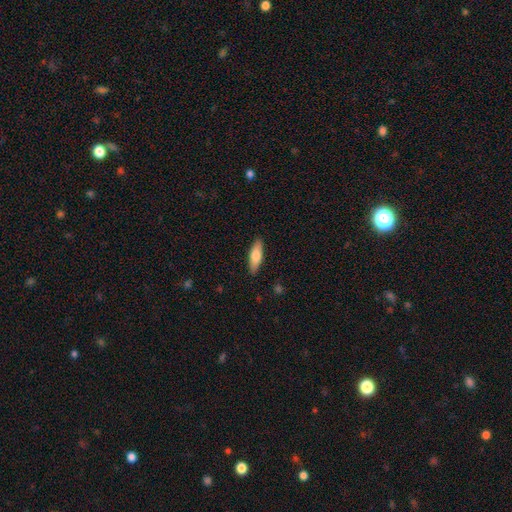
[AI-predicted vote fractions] The model was most divided on "how rounded": in between: 52%, cigar-shaped: 45%, round: 2%. More confident: merging — none (89%); smooth or featured — smooth (71%).